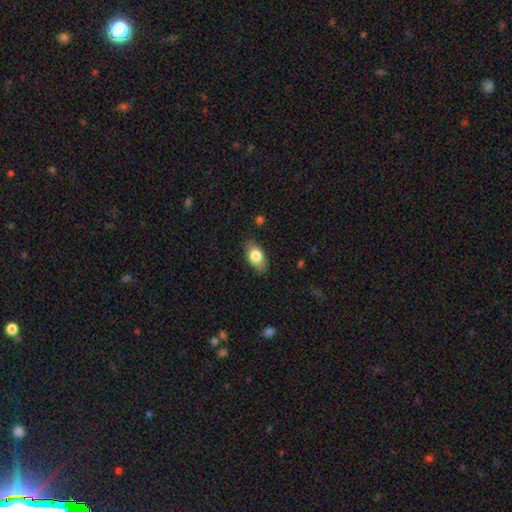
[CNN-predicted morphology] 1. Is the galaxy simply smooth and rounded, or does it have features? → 80% smooth, 13% featured or disk, 7% star or artifact.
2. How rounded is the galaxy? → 89% in between, 7% round, 3% cigar-shaped.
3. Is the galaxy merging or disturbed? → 82% none, 14% minor disturbance, 3% major disturbance, 1% merger.